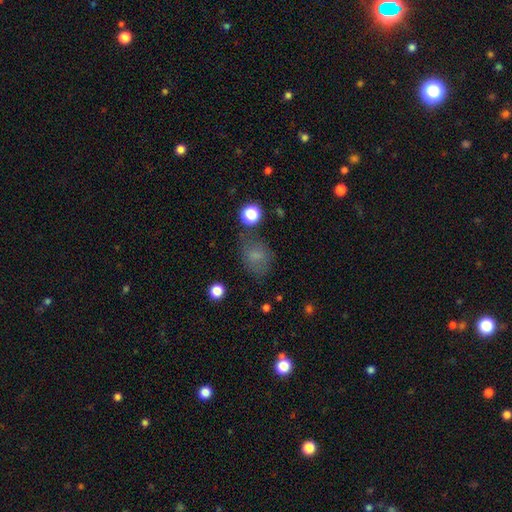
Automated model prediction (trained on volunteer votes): Smooth or featured? Predicted: smooth (p=0.71). How rounded? Predicted: in between (p=0.58). Merging? Predicted: none (p=0.61).